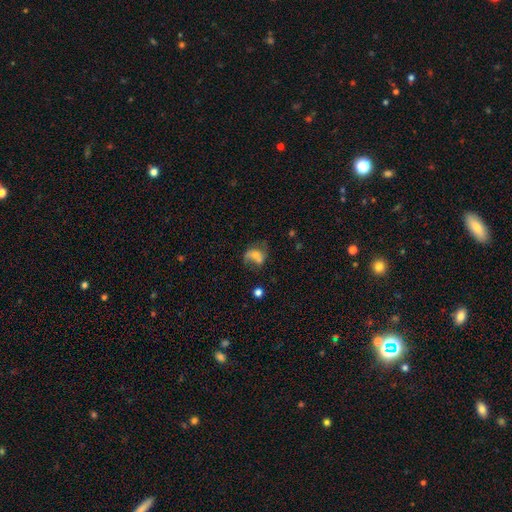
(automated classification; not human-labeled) Morphology: type=featured or disk (45%); merging=none (34%).